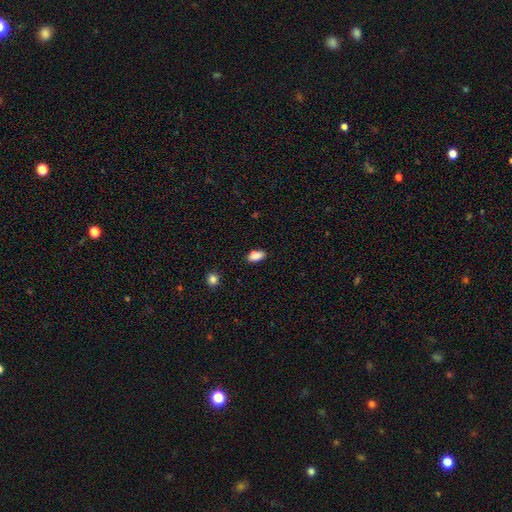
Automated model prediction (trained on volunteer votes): Smooth or featured? Predicted: smooth (p=0.87). How rounded? Predicted: in between (p=0.90). Merging? Predicted: none (p=0.80).